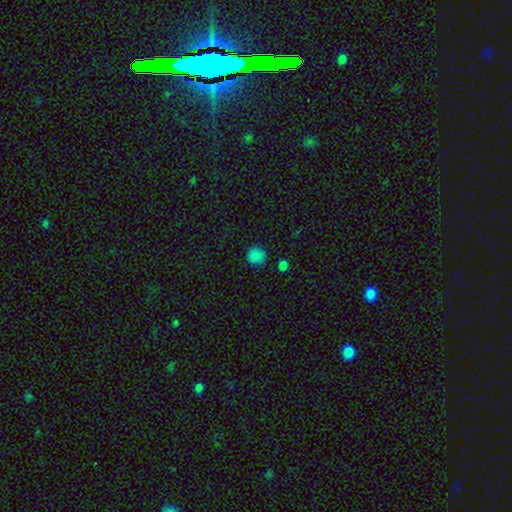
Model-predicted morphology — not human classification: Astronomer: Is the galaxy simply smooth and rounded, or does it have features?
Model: smooth — 81%.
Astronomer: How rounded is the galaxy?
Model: round — 89%.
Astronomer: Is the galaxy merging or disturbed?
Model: none — 84%.